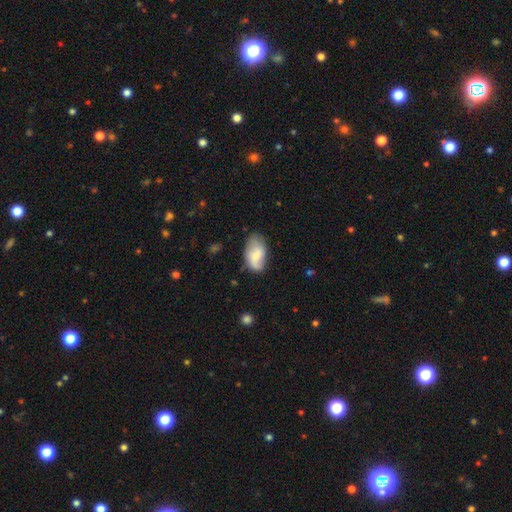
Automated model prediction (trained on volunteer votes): Q: Smooth or featured?
A: smooth (62%); runner-up: featured or disk (31%)
Q: How rounded?
A: in between (93%); runner-up: round (5%)
Q: Merging?
A: none (59%); runner-up: minor disturbance (30%)